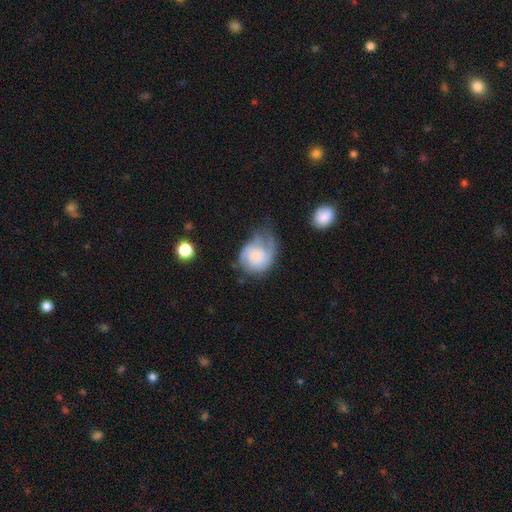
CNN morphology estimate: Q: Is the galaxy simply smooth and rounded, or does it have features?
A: featured or disk — 57%.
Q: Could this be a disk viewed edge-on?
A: no — 97%.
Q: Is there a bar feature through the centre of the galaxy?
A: no — 76%.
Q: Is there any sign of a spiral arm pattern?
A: yes — 85%.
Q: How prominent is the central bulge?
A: small — 59%.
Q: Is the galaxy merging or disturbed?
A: major disturbance — 35%.